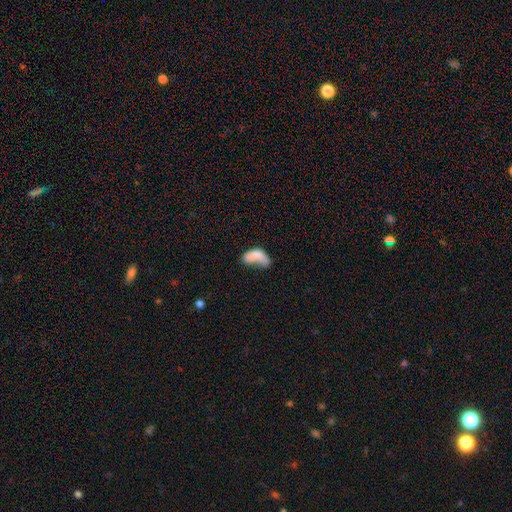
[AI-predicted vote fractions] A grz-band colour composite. It shows a smooth galaxy with no disk features (68%) that is in between round and cigar-shaped (91%). Merging: major disturbance (37%).